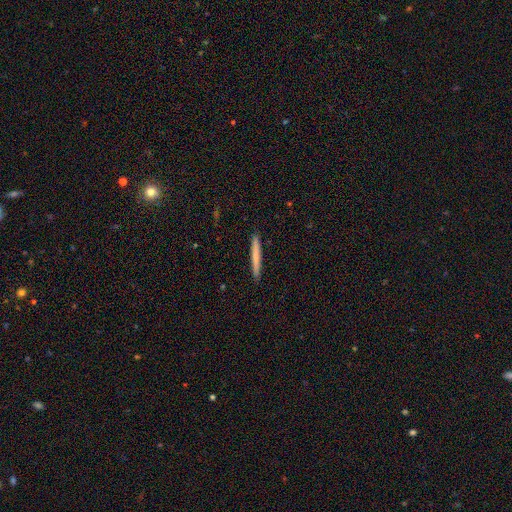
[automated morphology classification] type=smooth (68%); roundness=cigar-shaped (97%); merging=none (93%).